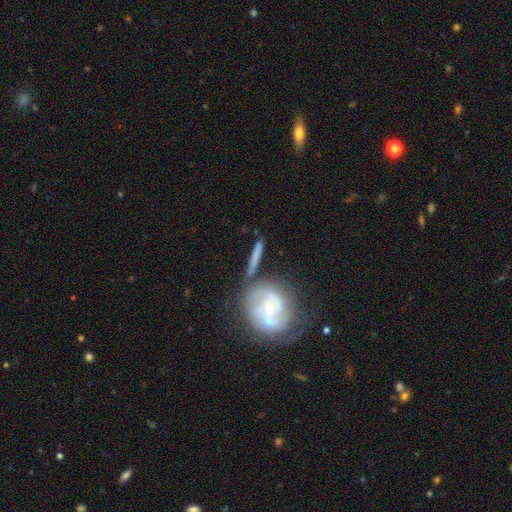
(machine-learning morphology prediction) Overall: featured or disk (46%; smooth 45%). Merging: none (64%).